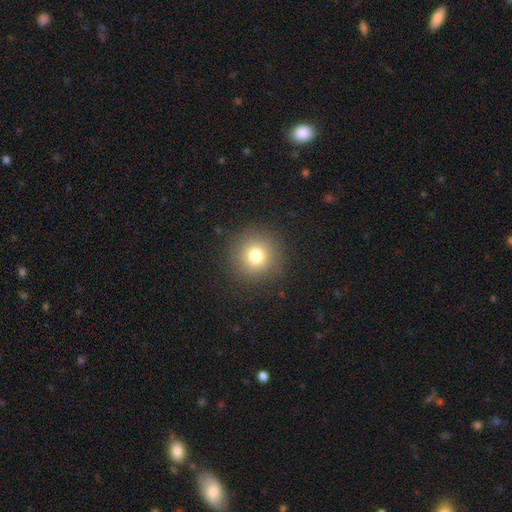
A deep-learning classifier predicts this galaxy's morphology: smooth_or_featured: smooth (p=0.77) [alt: star or artifact p=0.13]
how_rounded: round (p=0.95) [alt: in between p=0.04]
merging: none (p=0.89) [alt: minor disturbance p=0.07]